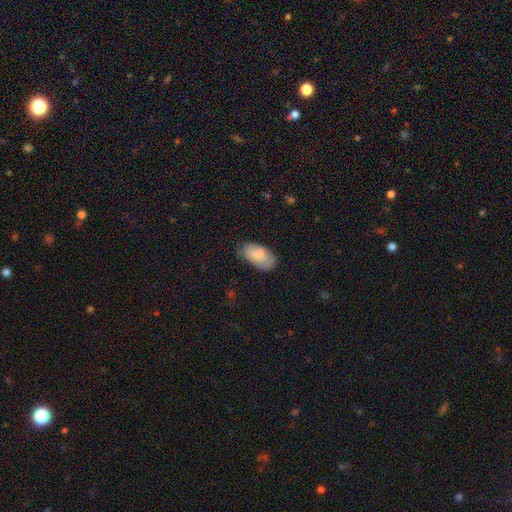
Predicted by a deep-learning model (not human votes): This appears to be a smooth galaxy with no disk features (78%) that is in between round and cigar-shaped (94%). Merging: none (67%).